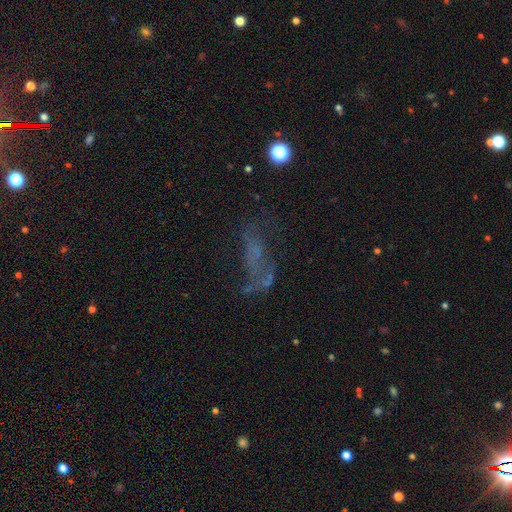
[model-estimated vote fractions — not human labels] Smooth or featured: featured or disk — 46% (star or artifact — 31%)
Merging: major disturbance — 37% (tied with none — 37%)